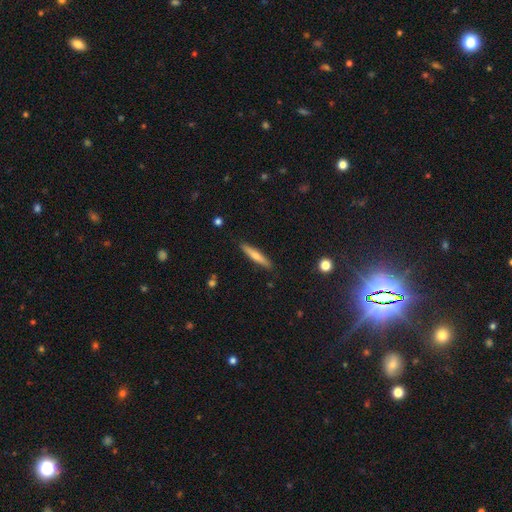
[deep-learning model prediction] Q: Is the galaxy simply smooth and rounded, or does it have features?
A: smooth — 58%.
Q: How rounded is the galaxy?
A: cigar-shaped — 91%.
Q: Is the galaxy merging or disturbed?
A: none — 89%.